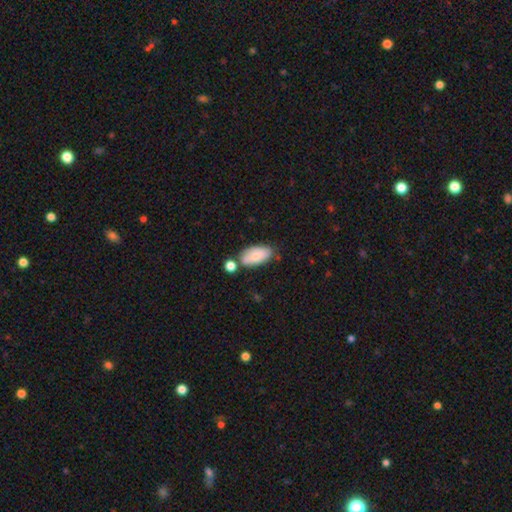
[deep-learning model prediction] The model was most divided on "merging": none: 59%, minor disturbance: 20%, merger: 17%, major disturbance: 5%. More confident: how rounded — in between (92%); smooth or featured — smooth (66%).